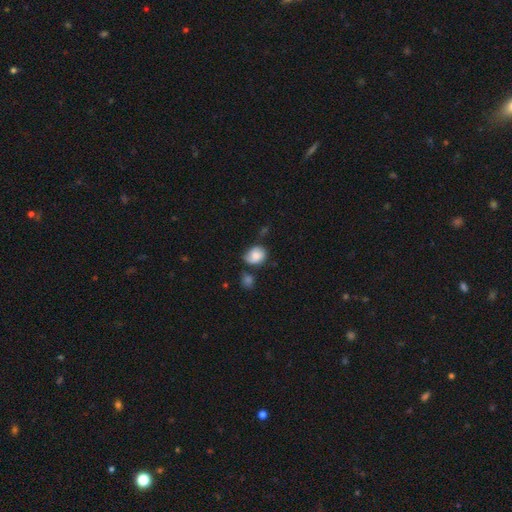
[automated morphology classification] smooth 69%, featured or disk 22%, star or artifact 9%. Down the decision tree: how rounded — in between (54%); merging — none (48%).